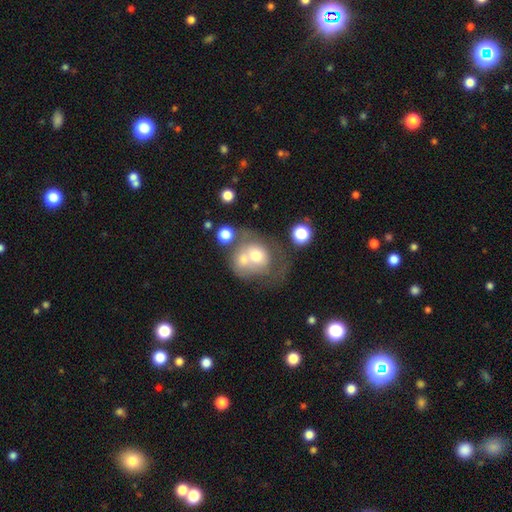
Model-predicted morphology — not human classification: A smooth galaxy with no disk features (54%) that is round (67%). Merging: merger (51%).